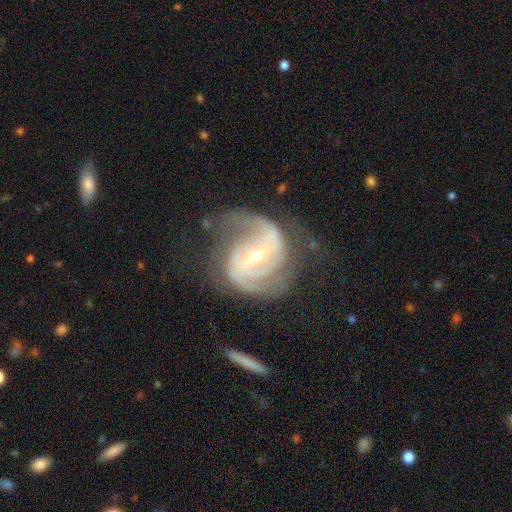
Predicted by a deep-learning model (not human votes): Morphology: type=featured or disk (90%); edge-on=no (97%); bar=weak (42%); spiral arms=yes (97%); winding=medium (47%); arm count=2 (69%); bulge=small (60%); merging=none (61%).